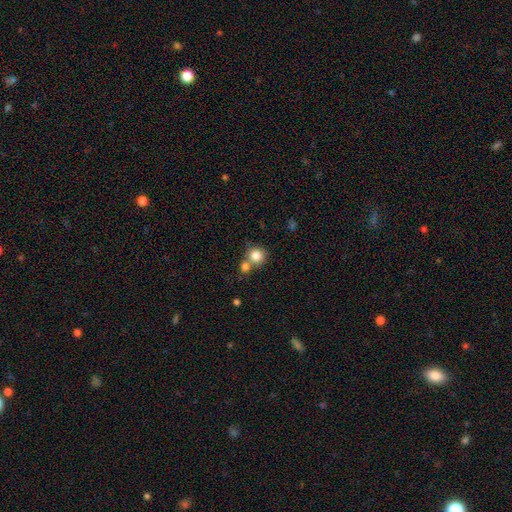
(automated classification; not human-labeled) This appears to be a smooth galaxy with no disk features (82%) that is round (89%). Merging: none (53%).